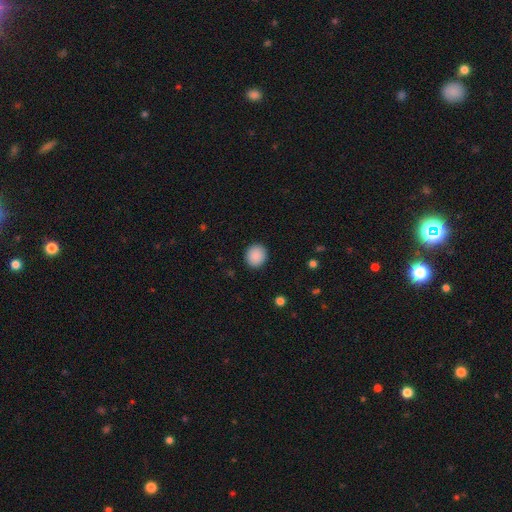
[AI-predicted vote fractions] Smooth or featured: smooth — 90% (star or artifact — 8%)
How rounded: round — 87% (in between — 12%)
Merging: none — 92% (minor disturbance — 6%)